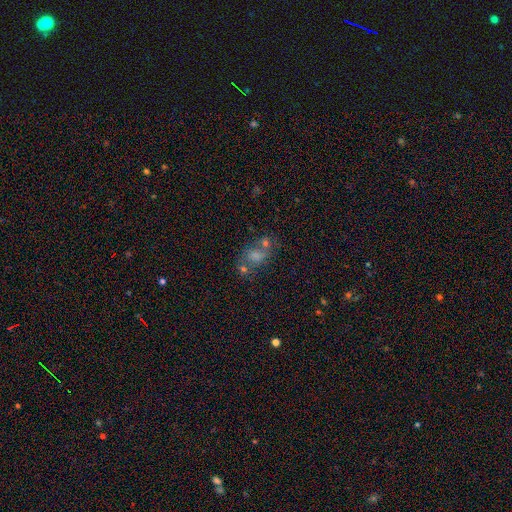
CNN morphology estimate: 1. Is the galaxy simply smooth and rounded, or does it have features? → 47% smooth, 30% star or artifact, 23% featured or disk.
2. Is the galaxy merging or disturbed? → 49% none, 29% merger, 13% minor disturbance, 8% major disturbance.